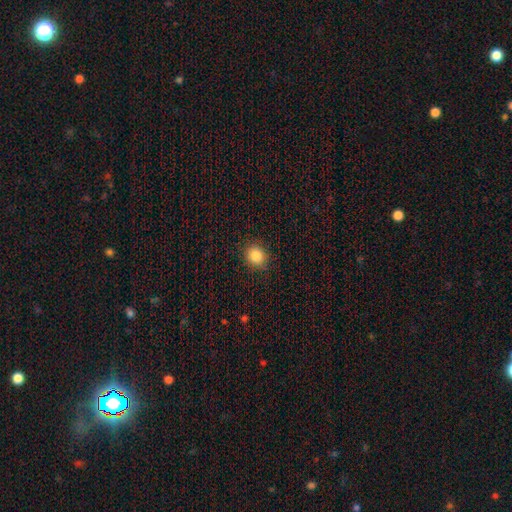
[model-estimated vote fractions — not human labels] smooth_or_featured: smooth (p=0.86) [alt: star or artifact p=0.10]
how_rounded: round (p=0.73) [alt: in between p=0.26]
merging: none (p=0.88) [alt: minor disturbance p=0.08]